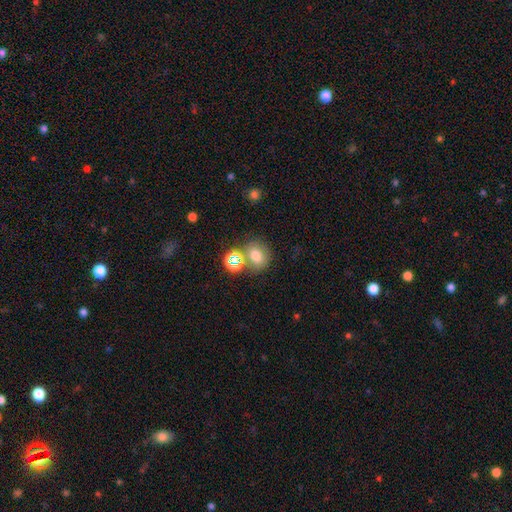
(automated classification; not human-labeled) smooth_or_featured: smooth (p=0.71) [alt: star or artifact p=0.19]
how_rounded: round (p=0.65) [alt: in between p=0.34]
merging: none (p=0.62) [alt: merger p=0.21]